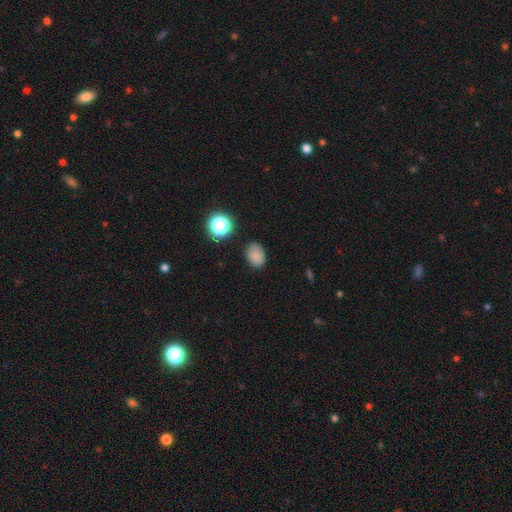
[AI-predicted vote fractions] This is clearly a smooth galaxy (81%). How rounded: likely in between (68%). Merging: likely none (80%).